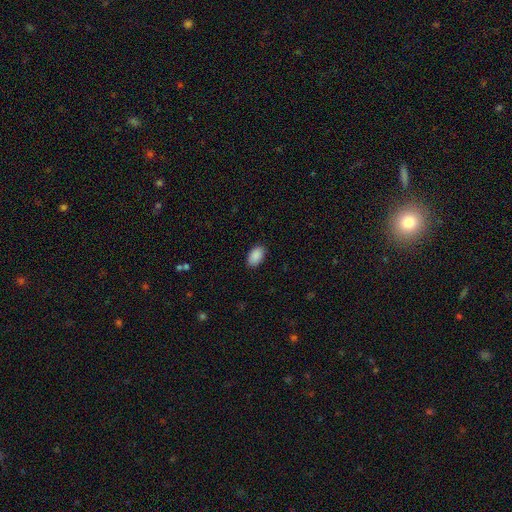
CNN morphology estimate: This is clearly a smooth galaxy (90%). How rounded: clearly in between (94%). Merging: clearly none (88%).